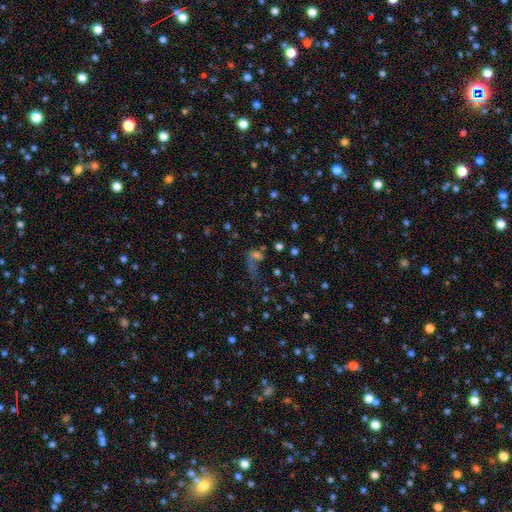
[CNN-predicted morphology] smooth_or_featured: smooth (p=0.42) [alt: star or artifact p=0.32]
merging: major disturbance (p=0.40) [alt: none p=0.30]